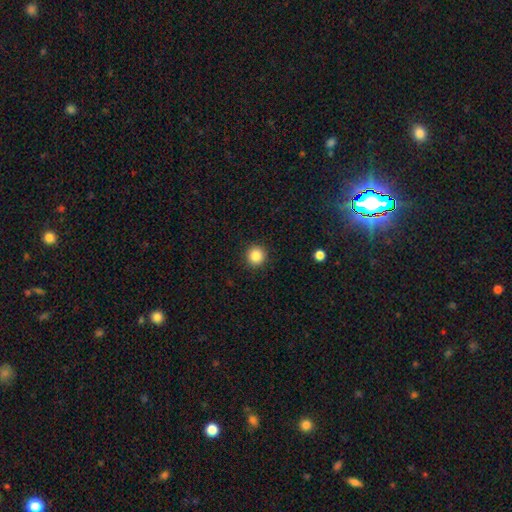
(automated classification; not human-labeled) This appears to be a smooth galaxy with no disk features (86%) that is round (95%). Merging: none (92%).